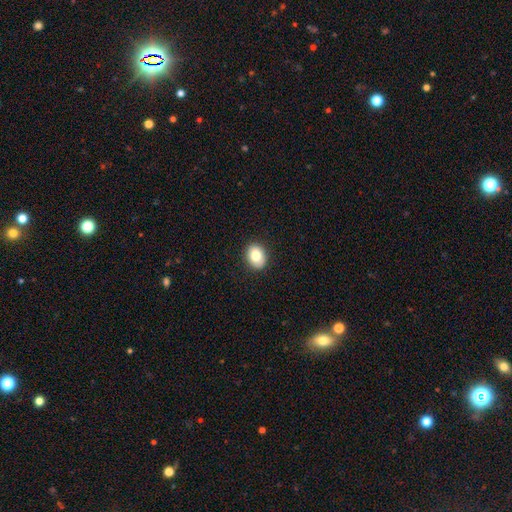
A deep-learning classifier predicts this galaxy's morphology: Smooth or featured?
  - smooth: 81% *
  - featured or disk: 11%
  - star or artifact: 9%
How rounded?
  - in between: 56% *
  - round: 43%
  - cigar-shaped: 1%
Merging?
  - none: 90% *
  - minor disturbance: 7%
  - major disturbance: 2%
  - merger: 1%